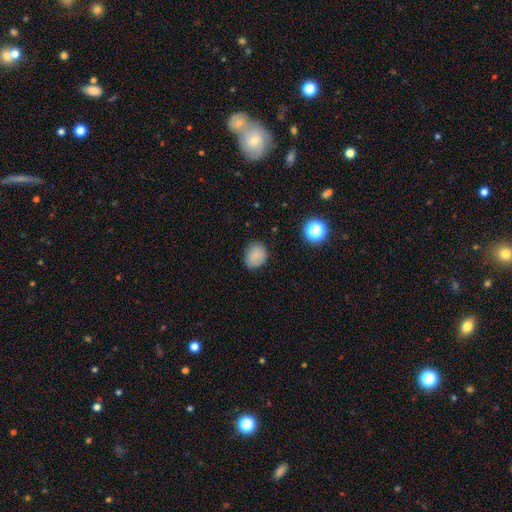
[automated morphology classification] A smooth galaxy with no disk features (83%) that is round (60%). Merging: none (80%).